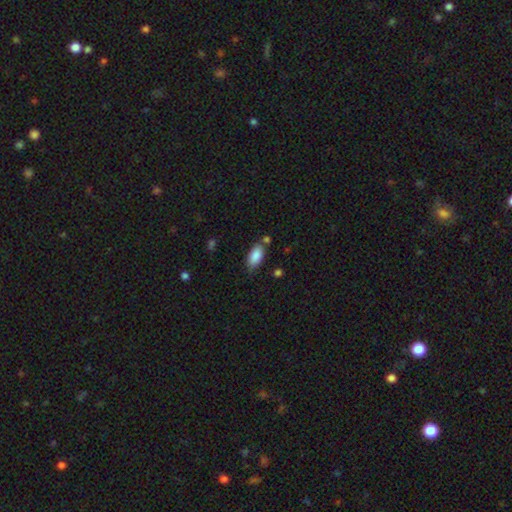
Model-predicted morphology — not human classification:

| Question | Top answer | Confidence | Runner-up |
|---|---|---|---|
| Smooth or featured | smooth | 88% | star or artifact (7%) |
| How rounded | in between | 91% | cigar-shaped (7%) |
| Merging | none | 69% | minor disturbance (19%) |